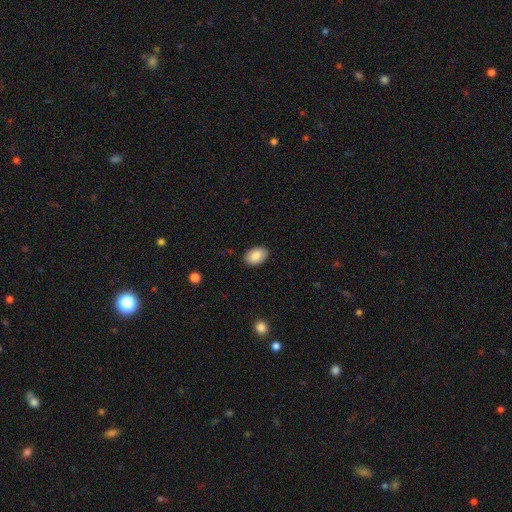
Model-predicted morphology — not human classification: Smooth or featured?
  - smooth: 86% *
  - star or artifact: 7%
  - featured or disk: 7%
How rounded?
  - in between: 88% *
  - round: 10%
  - cigar-shaped: 1%
Merging?
  - none: 88% *
  - minor disturbance: 9%
  - major disturbance: 2%
  - merger: 1%